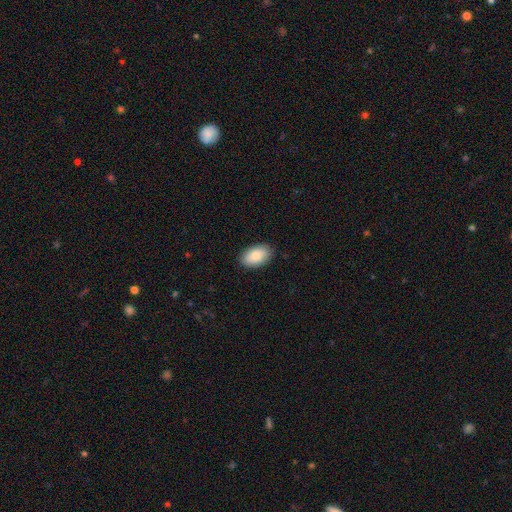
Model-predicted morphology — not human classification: Smooth or featured? smooth (87%)
How rounded? in between (94%)
Merging? none (87%)